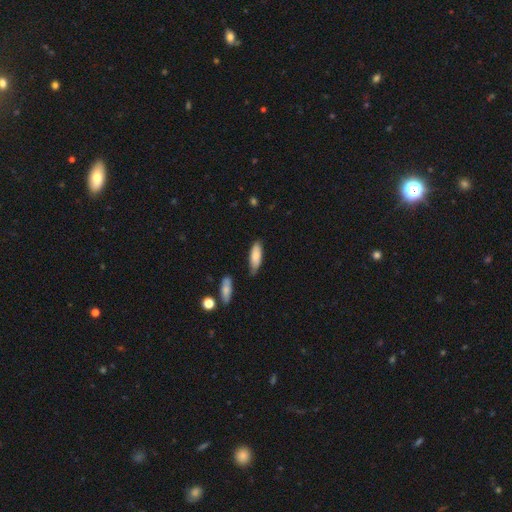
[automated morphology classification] This is clearly a smooth galaxy (81%). How rounded: likely in between (63%). Merging: likely none (69%).